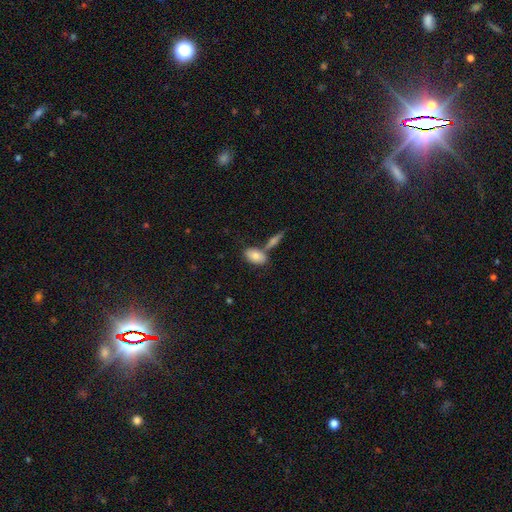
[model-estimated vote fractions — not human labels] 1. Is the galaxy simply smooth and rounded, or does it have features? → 79% smooth, 14% featured or disk, 7% star or artifact.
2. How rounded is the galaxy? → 91% in between, 6% round, 4% cigar-shaped.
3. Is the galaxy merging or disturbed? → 55% none, 30% merger, 12% minor disturbance, 4% major disturbance.